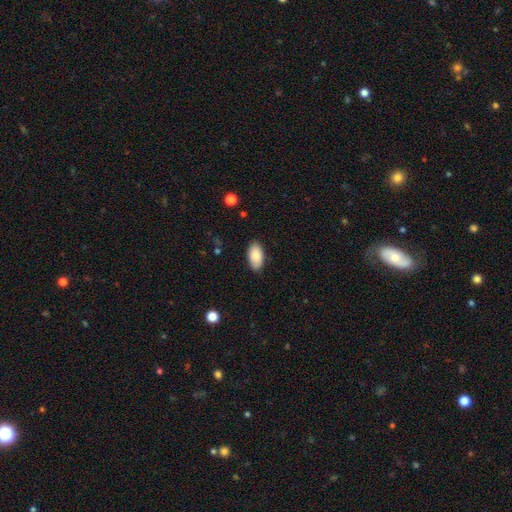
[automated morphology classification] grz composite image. It shows a smooth galaxy with no disk features (88%) that is in between round and cigar-shaped (95%). Merging: none (86%).